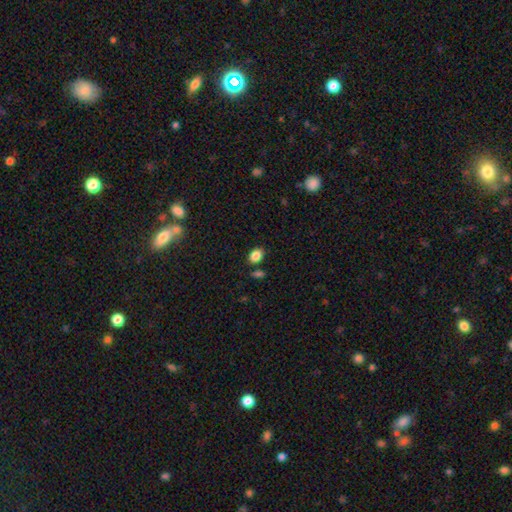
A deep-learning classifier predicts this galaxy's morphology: smooth-or-featured: smooth: 86% | star or artifact: 9% | featured or disk: 5%
  how-rounded: in between: 77% | round: 22% | cigar-shaped: 1%
  merging: none: 79% | minor disturbance: 11% | merger: 8% | major disturbance: 3%